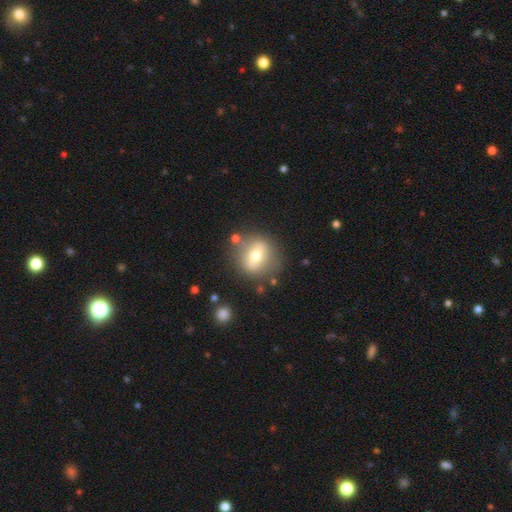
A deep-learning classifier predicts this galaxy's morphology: The model was most divided on "smooth or featured": smooth: 49%, featured or disk: 42%, star or artifact: 9%. More confident: merging — none (80%).